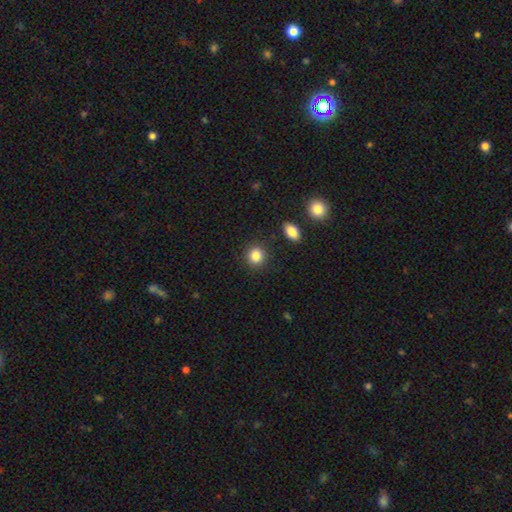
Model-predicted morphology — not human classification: The model was most divided on "how rounded": round: 84%, in between: 15%, cigar-shaped: 1%. More confident: merging — none (89%); smooth or featured — smooth (86%).